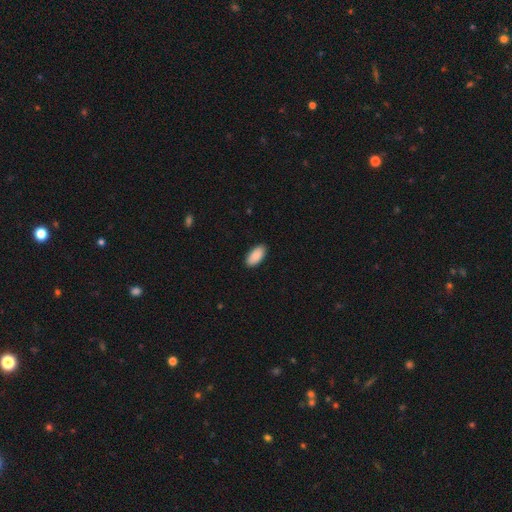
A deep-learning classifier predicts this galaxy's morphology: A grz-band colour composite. It shows a smooth galaxy with no disk features (90%) that is in between round and cigar-shaped (94%). Merging: none (89%).